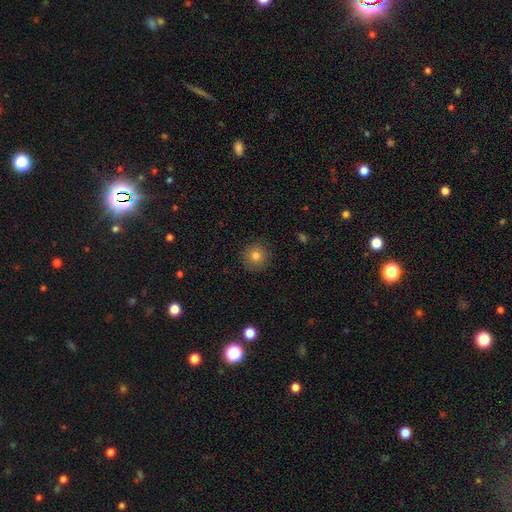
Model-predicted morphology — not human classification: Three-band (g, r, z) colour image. It shows a smooth galaxy with no disk features (80%) that is round (94%). Merging: none (89%).